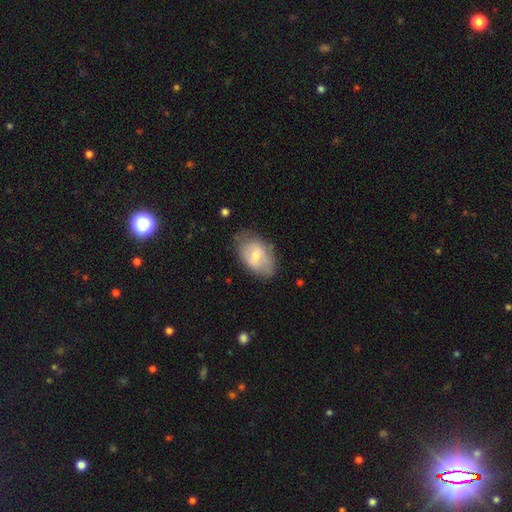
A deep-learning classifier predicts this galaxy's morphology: smooth-or-featured: smooth: 57% | featured or disk: 37% | star or artifact: 6%
  how-rounded: in between: 89% | round: 9% | cigar-shaped: 1%
  merging: none: 62% | minor disturbance: 27% | major disturbance: 8% | merger: 2%